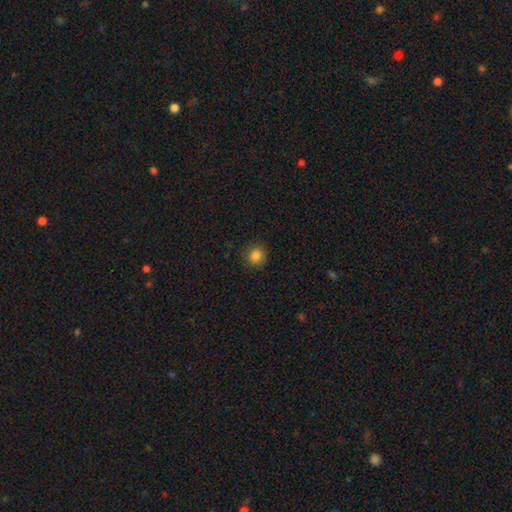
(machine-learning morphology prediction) This is clearly a smooth galaxy (84%). How rounded: clearly round (88%). Merging: clearly none (88%).